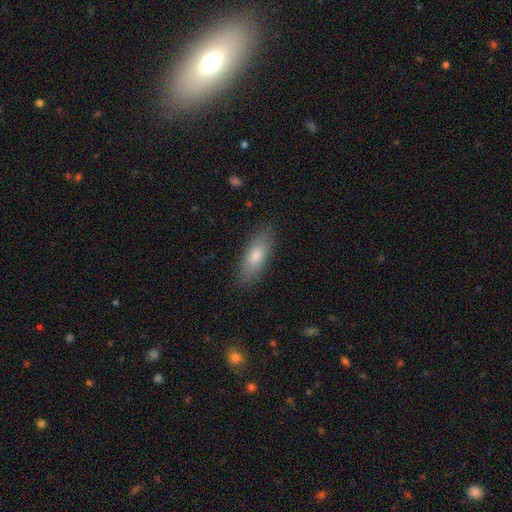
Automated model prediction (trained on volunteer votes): The model was most divided on "how rounded": in between: 66%, cigar-shaped: 32%, round: 2%. More confident: merging — none (86%); smooth or featured — smooth (77%).